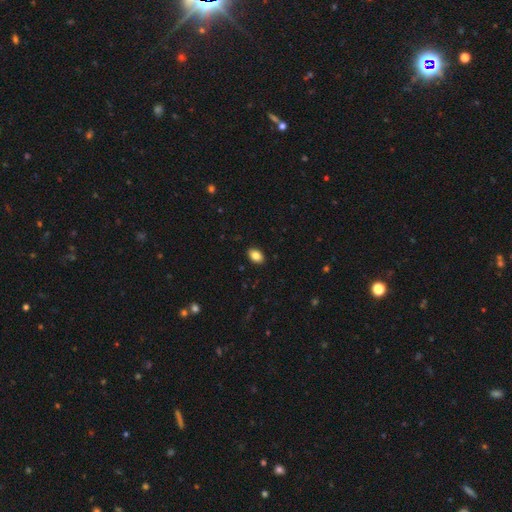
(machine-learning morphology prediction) Smooth or featured? Predicted: smooth (p=0.85). How rounded? Predicted: in between (p=0.86). Merging? Predicted: none (p=0.90).